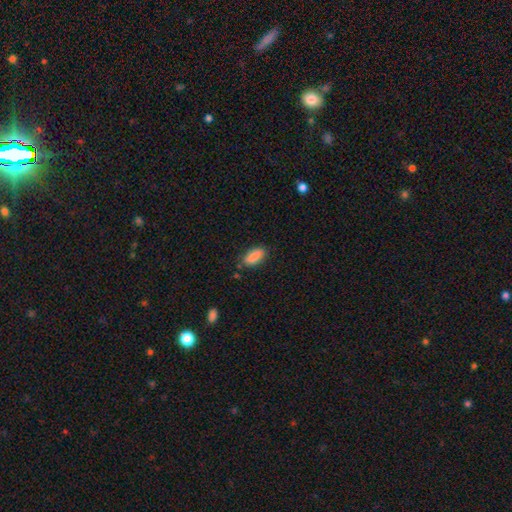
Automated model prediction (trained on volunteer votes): smooth-or-featured: smooth: 88% | star or artifact: 7% | featured or disk: 5%
  how-rounded: in between: 83% | cigar-shaped: 15% | round: 2%
  merging: none: 79% | minor disturbance: 16% | major disturbance: 3% | merger: 3%